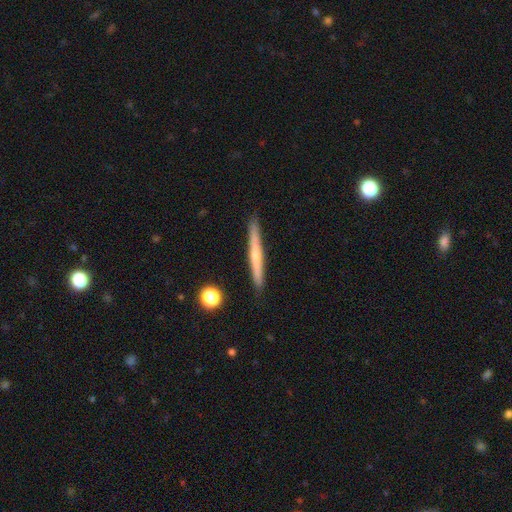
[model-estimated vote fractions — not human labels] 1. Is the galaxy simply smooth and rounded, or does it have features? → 51% featured or disk, 42% smooth, 6% star or artifact.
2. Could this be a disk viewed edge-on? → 97% yes, 3% no.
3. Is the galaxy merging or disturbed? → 91% none, 7% minor disturbance, 1% merger, 1% major disturbance.